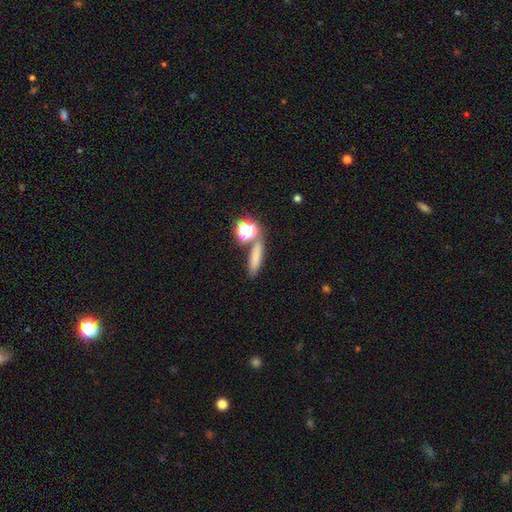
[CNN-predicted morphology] This is likely a smooth galaxy (72%). How rounded: possibly cigar-shaped (58%). Merging: likely none (70%).